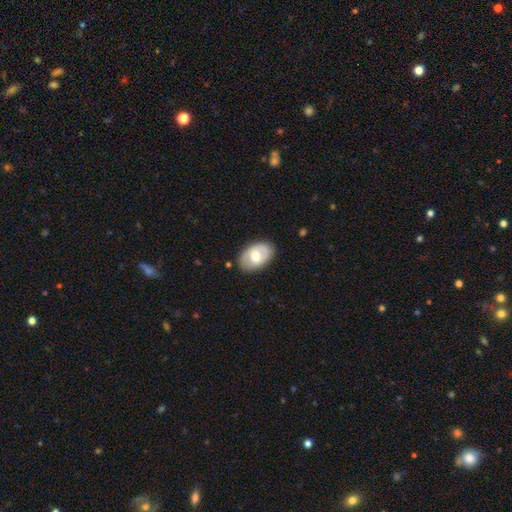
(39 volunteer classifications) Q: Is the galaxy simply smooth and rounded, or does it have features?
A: smooth — 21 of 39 (54%).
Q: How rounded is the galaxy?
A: in between — 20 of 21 (95%).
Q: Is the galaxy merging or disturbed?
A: none — 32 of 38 (84%).